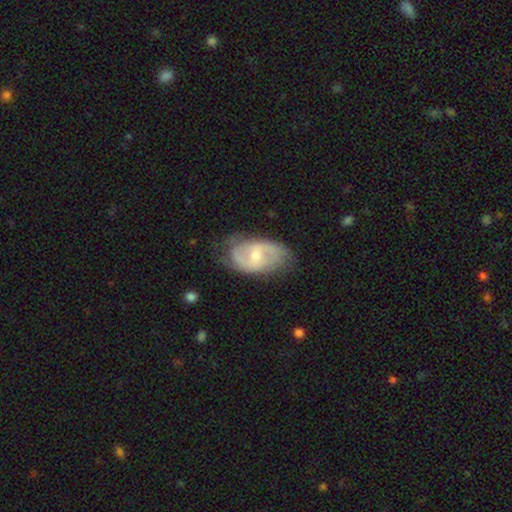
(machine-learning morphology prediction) This appears to be a featured or disk galaxy (69%) with a weak bar (52%), 2 (70%) medium (45%) spiral arms (79%) and a small central bulge (51%). Merging: none (63%).